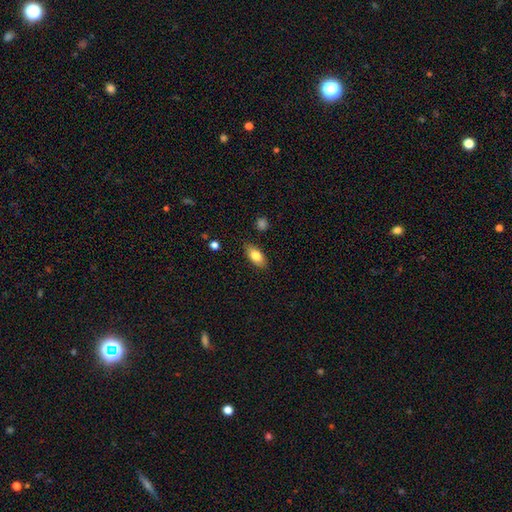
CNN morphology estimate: smooth 81%, featured or disk 11%, star or artifact 7%. Down the decision tree: how rounded — in between (87%); merging — none (84%).